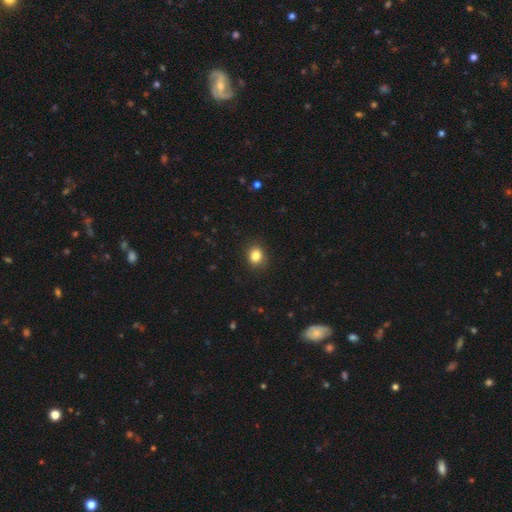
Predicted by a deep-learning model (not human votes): Smooth or featured? Predicted: smooth (p=0.84). How rounded? Predicted: round (p=0.61). Merging? Predicted: none (p=0.88).